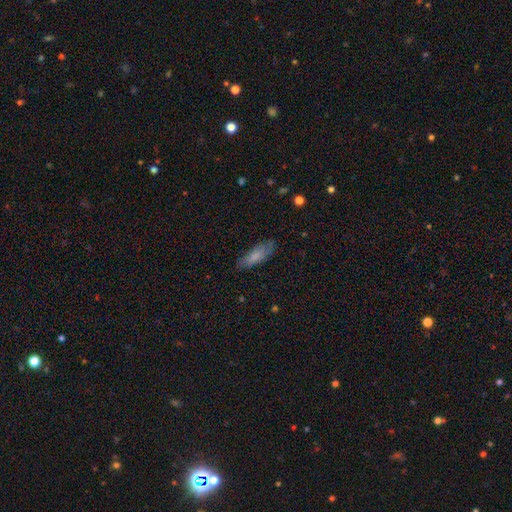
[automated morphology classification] A smooth galaxy with no disk features (78%) that is in between round and cigar-shaped (55%).

Vote fractions:
- Smooth or featured? smooth: 78% / featured or disk: 16% / star or artifact: 7%
- How rounded? in between: 55% / cigar-shaped: 43% / round: 2%
- Merging? none: 76% / minor disturbance: 19% / major disturbance: 4% / merger: 1%